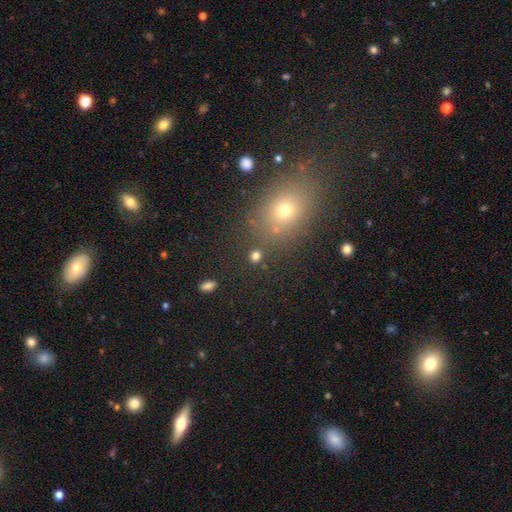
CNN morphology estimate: Overall: smooth (75%). How rounded: round (84%). Merging: none (81%).